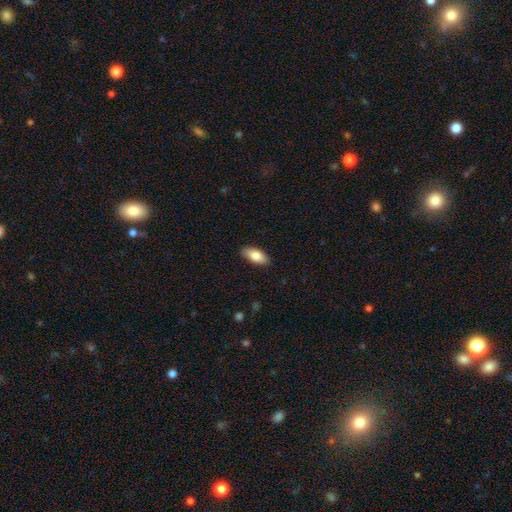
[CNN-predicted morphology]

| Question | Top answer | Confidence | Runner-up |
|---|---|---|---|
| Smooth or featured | smooth | 83% | featured or disk (11%) |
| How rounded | in between | 88% | cigar-shaped (10%) |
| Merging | none | 89% | minor disturbance (9%) |